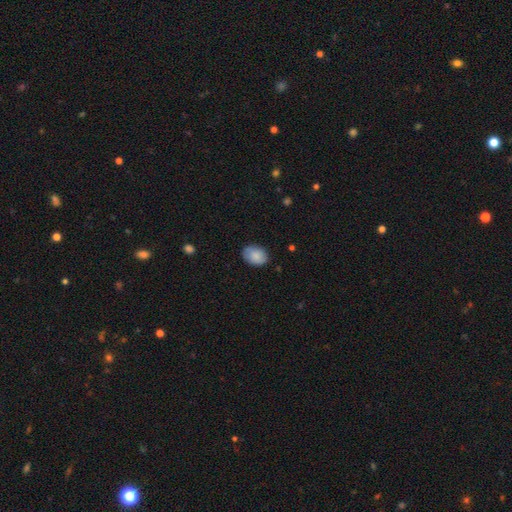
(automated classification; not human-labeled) Smooth or featured: smooth — 85% (featured or disk — 8%)
How rounded: in between — 76% (round — 23%)
Merging: none — 80% (minor disturbance — 16%)